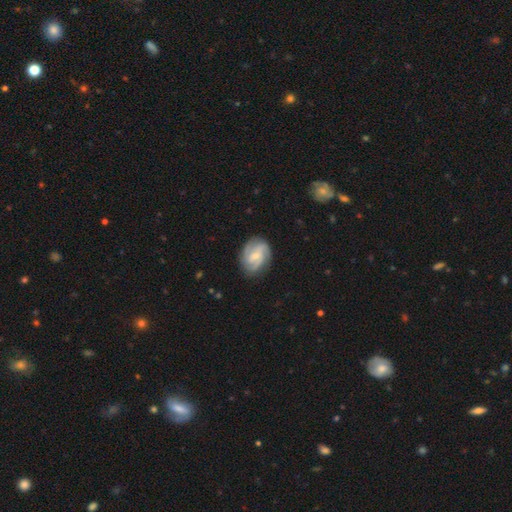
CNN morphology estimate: smooth-or-featured: featured or disk: 78% | smooth: 17% | star or artifact: 5%
  disk-edge-on: no: 97% | yes: 3%
    bar: weak: 47% | no: 38% | strong: 16%
    has-spiral-arms: yes: 94% | no: 6%
      spiral-winding: medium: 43% | tight: 40% | loose: 17%
      spiral-arm-count: 2: 40% | 3: 29% | can't tell: 18% | 4: 5% | 1: 4% | more than 4: 4%
    bulge-size: small: 59% | moderate: 37% | none: 2% | large: 1% | dominant: 1%
  merging: none: 76% | minor disturbance: 17% | major disturbance: 5% | merger: 1%